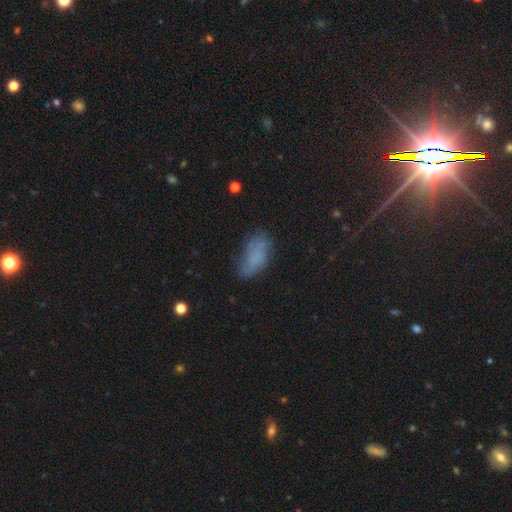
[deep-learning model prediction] This is likely a smooth galaxy (67%). How rounded: clearly in between (90%). Merging: possibly none (56%).